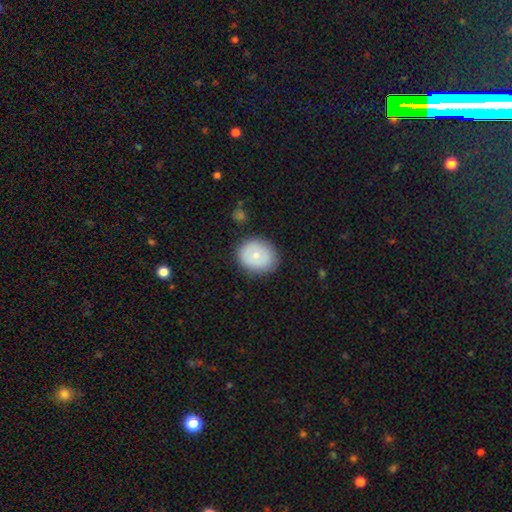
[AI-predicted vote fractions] Q: Smooth or featured?
A: smooth (68%); runner-up: featured or disk (25%)
Q: How rounded?
A: round (65%); runner-up: in between (34%)
Q: Merging?
A: none (81%); runner-up: minor disturbance (14%)